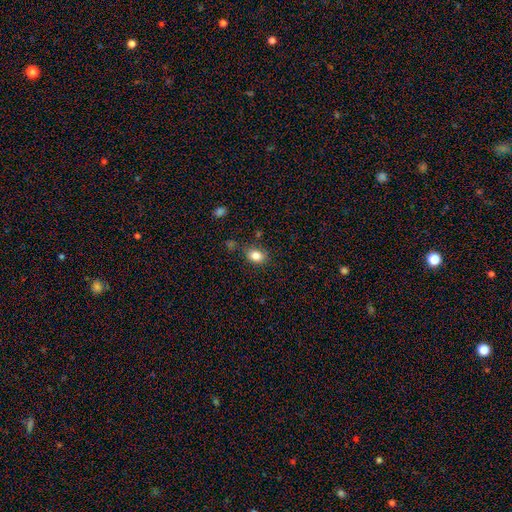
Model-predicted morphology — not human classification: type=smooth (84%); roundness=in between (63%); merging=none (77%).